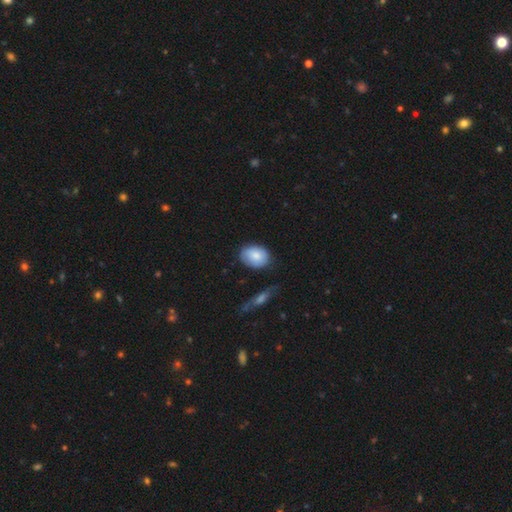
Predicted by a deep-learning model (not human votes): Smooth or featured: smooth — 83% (featured or disk — 11%)
How rounded: in between — 74% (round — 24%)
Merging: none — 72% (minor disturbance — 21%)